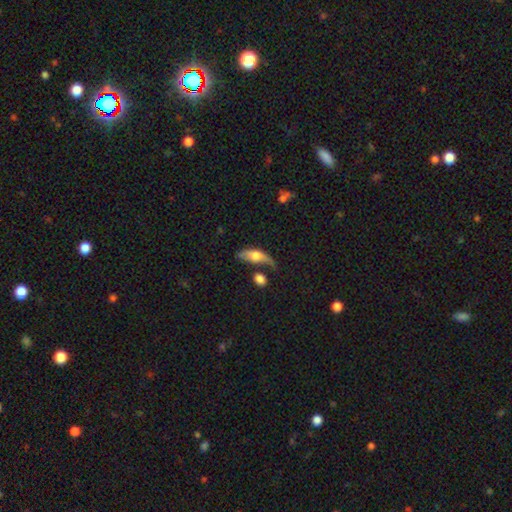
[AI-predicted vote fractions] Smooth or featured? Predicted: smooth (p=0.54). How rounded? Predicted: in between (p=0.63). Merging? Predicted: none (p=0.37).